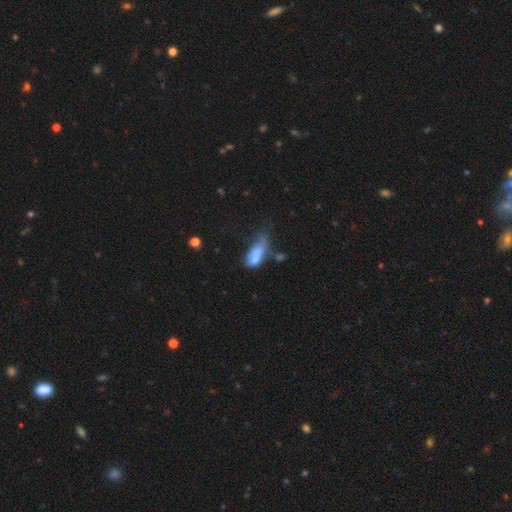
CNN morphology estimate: Smooth or featured? smooth (64%)
How rounded? in between (77%)
Merging? major disturbance (36%)